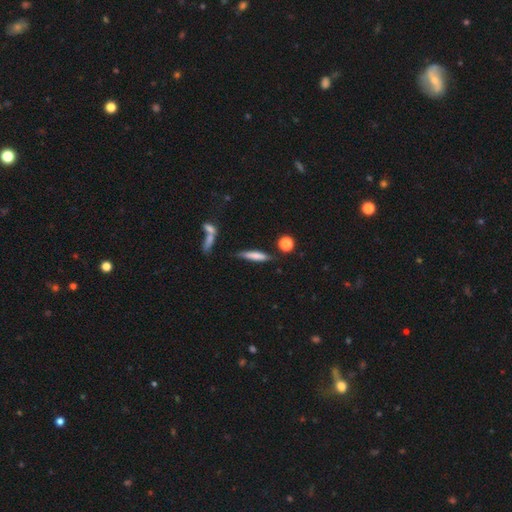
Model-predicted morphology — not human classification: Overall: smooth (69%). How rounded: cigar-shaped (83%). Merging: none (71%).